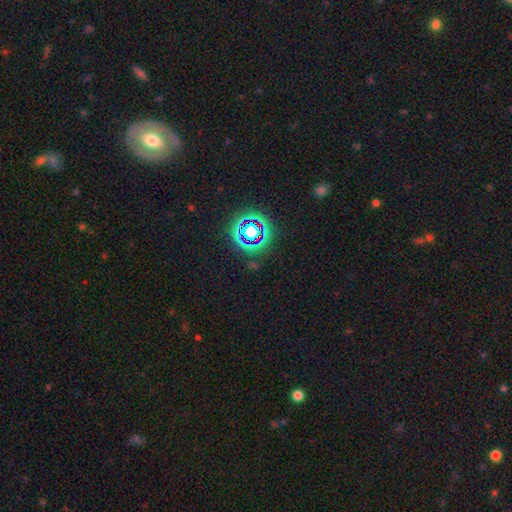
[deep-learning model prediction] This is possibly a star or artifact rather than a galaxy (57%).